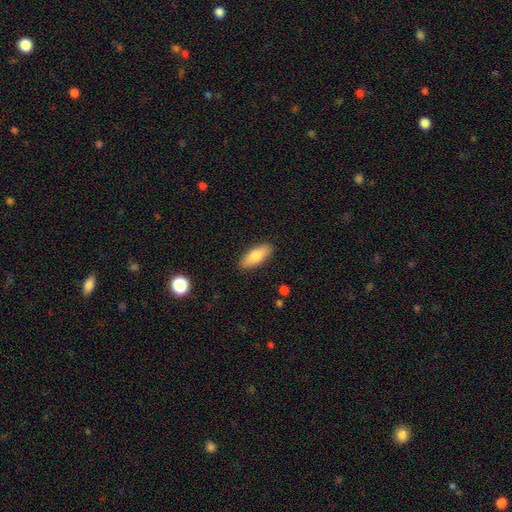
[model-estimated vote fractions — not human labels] Smooth or featured: smooth — 75% (featured or disk — 19%)
How rounded: in between — 75% (cigar-shaped — 23%)
Merging: none — 89% (minor disturbance — 8%)